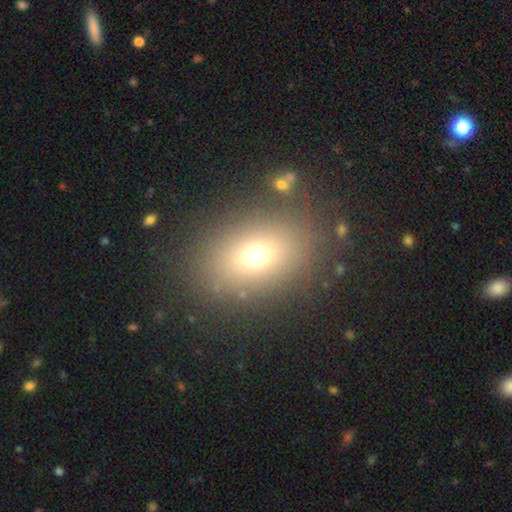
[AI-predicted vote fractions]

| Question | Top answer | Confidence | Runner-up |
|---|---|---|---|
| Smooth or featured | smooth | 69% | star or artifact (17%) |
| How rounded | in between | 67% | round (31%) |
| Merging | none | 84% | minor disturbance (8%) |